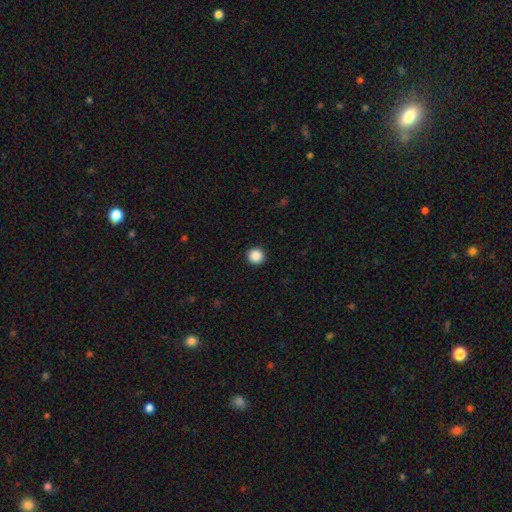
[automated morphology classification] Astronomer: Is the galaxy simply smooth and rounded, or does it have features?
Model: smooth — 88%.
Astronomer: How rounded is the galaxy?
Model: round — 94%.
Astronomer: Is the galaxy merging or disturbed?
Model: none — 93%.